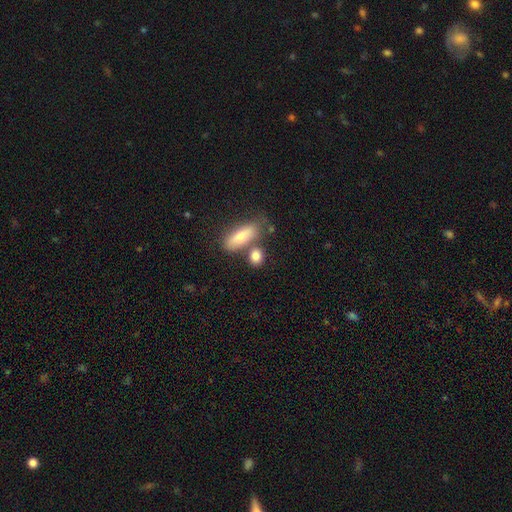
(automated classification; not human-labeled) Smooth or featured? Predicted: smooth (p=0.82). How rounded? Predicted: in between (p=0.46). Merging? Predicted: none (p=0.58).